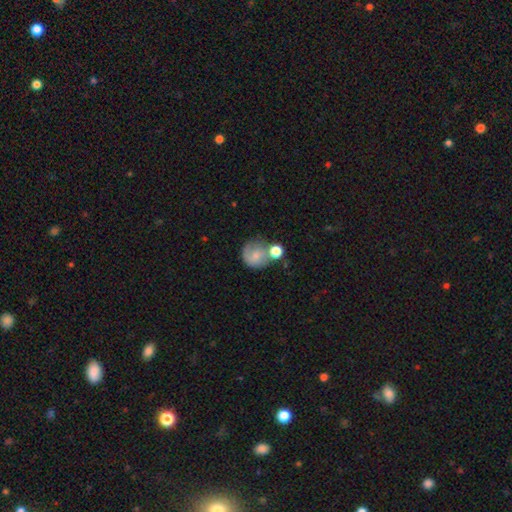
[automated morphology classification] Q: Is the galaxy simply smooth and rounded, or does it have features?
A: smooth — 61%.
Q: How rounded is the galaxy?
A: round — 82%.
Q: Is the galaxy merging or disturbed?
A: none — 41%.